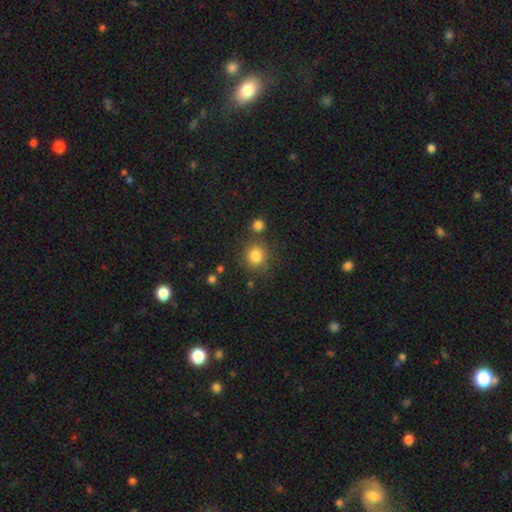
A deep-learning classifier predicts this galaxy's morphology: Q: Smooth or featured?
A: smooth (83%); runner-up: star or artifact (12%)
Q: How rounded?
A: round (87%); runner-up: in between (12%)
Q: Merging?
A: none (77%); runner-up: minor disturbance (10%)